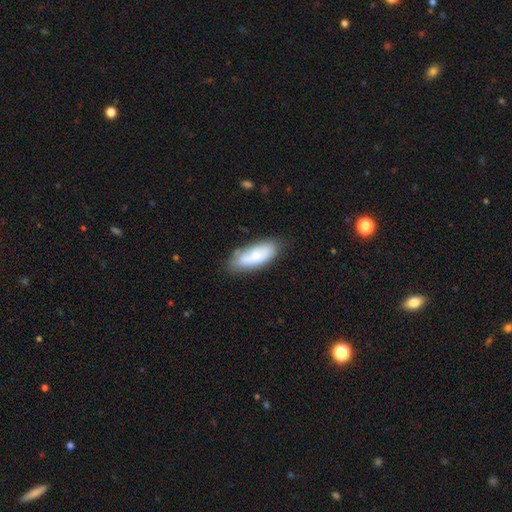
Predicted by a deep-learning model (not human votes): Smooth or featured? smooth (71%)
How rounded? in between (80%)
Merging? none (70%)